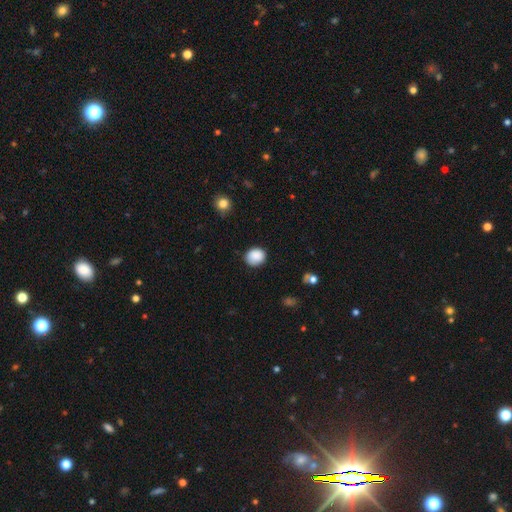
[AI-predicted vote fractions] Smooth or featured? Predicted: smooth (p=0.89). How rounded? Predicted: round (p=0.73). Merging? Predicted: none (p=0.84).